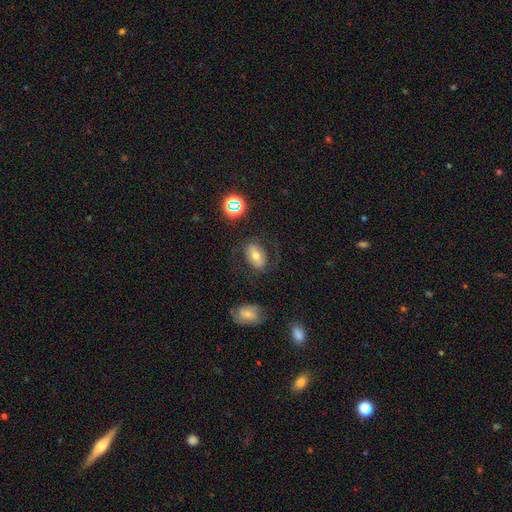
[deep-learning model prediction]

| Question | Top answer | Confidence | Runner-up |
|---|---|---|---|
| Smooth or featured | smooth | 51% | featured or disk (36%) |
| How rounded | in between | 76% | round (22%) |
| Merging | none | 69% | minor disturbance (15%) |